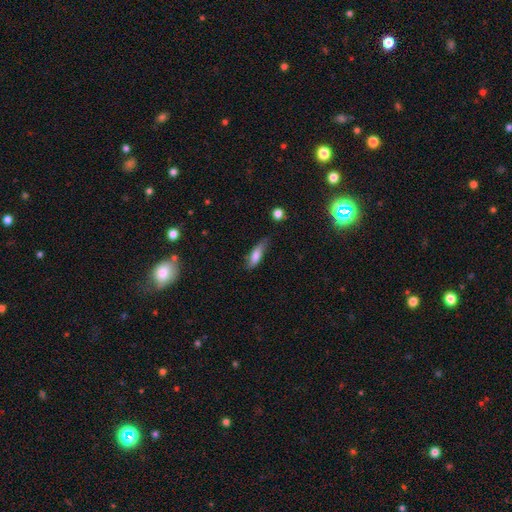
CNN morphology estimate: The model was most divided on "how rounded" (2-way tie): cigar-shaped: 49%, in between: 49%, round: 2%. More confident: smooth or featured — smooth (73%); merging — none (58%).